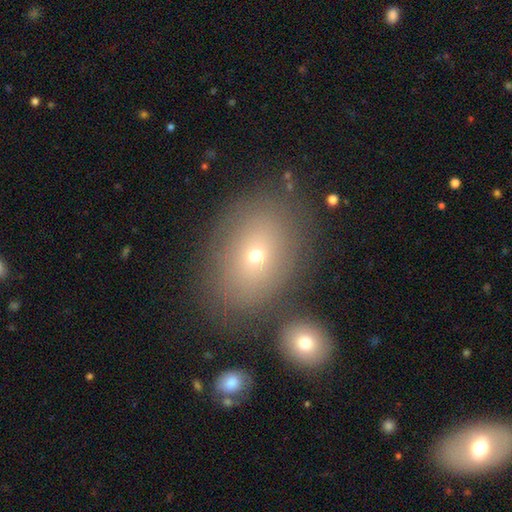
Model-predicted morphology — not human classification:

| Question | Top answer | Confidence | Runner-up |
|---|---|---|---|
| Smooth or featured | smooth | 63% | featured or disk (21%) |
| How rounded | in between | 66% | round (32%) |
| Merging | none | 72% | minor disturbance (13%) |